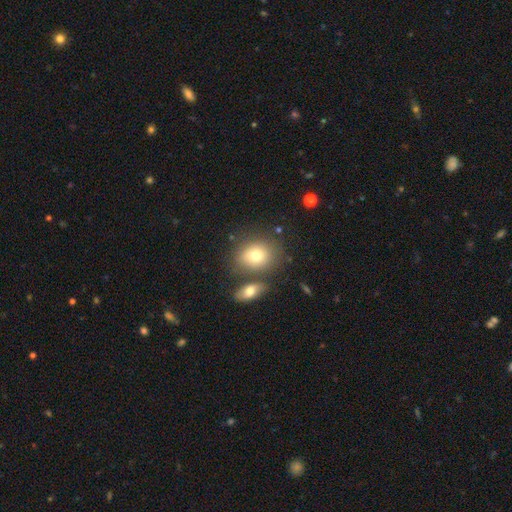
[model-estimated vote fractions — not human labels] Morphology: type=smooth (76%); roundness=in between (51%); merging=none (66%).